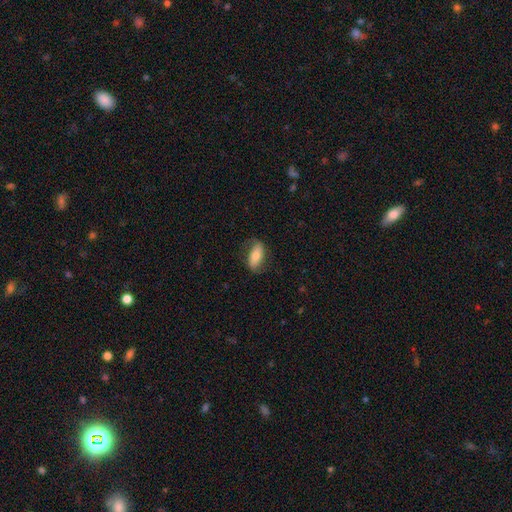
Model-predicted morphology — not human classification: type=smooth (63%); roundness=in between (83%); merging=none (73%).